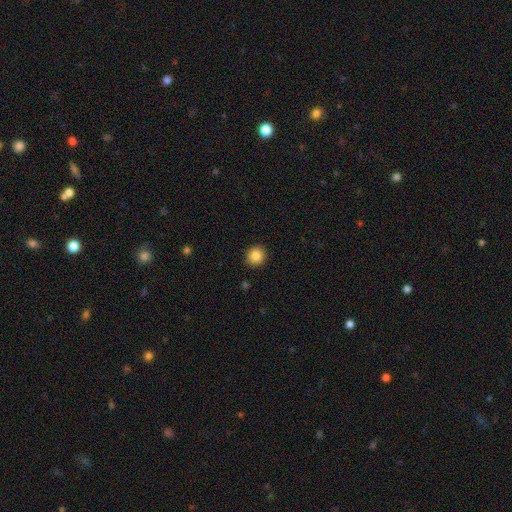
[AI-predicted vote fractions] Smooth or featured? smooth (86%)
How rounded? round (89%)
Merging? none (92%)